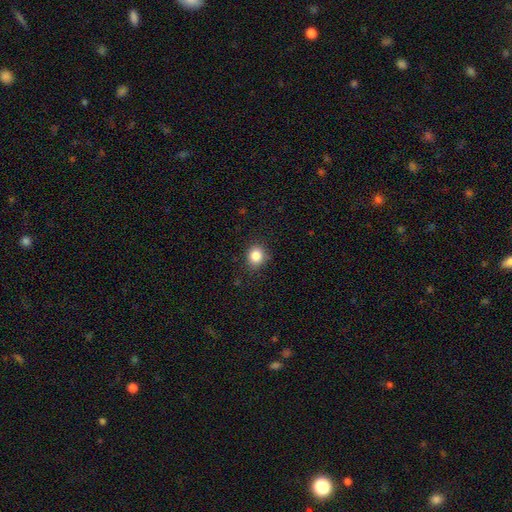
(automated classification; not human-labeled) This appears to be a smooth galaxy with no disk features (85%) that is round (73%). Merging: none (85%).